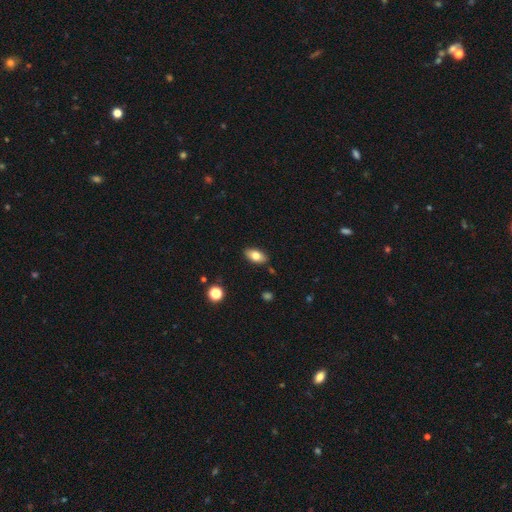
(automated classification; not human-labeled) Q: Smooth or featured?
A: smooth (77%); runner-up: featured or disk (15%)
Q: How rounded?
A: in between (90%); runner-up: round (5%)
Q: Merging?
A: none (87%); runner-up: minor disturbance (10%)